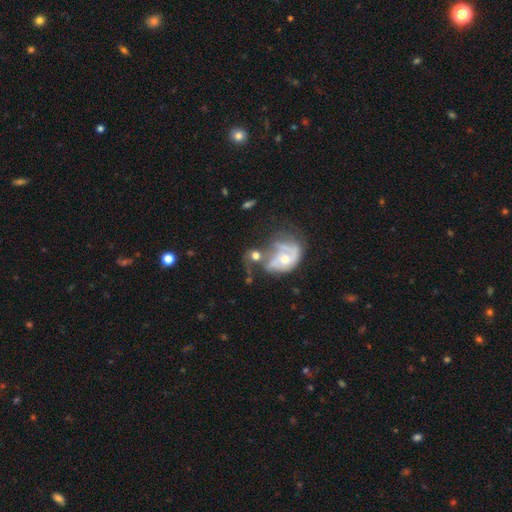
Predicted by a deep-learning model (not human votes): A featured or disk galaxy (53%) with no bar (70%), spiral arms (67%) and a moderate central bulge (54%). Merging: merger (38%).